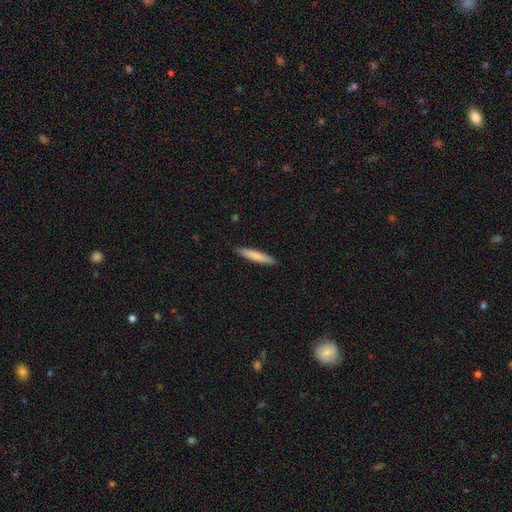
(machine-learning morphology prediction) smooth_or_featured: smooth (p=0.80) [alt: featured or disk p=0.15]
how_rounded: cigar-shaped (p=0.91) [alt: in between p=0.08]
merging: none (p=0.91) [alt: minor disturbance p=0.07]